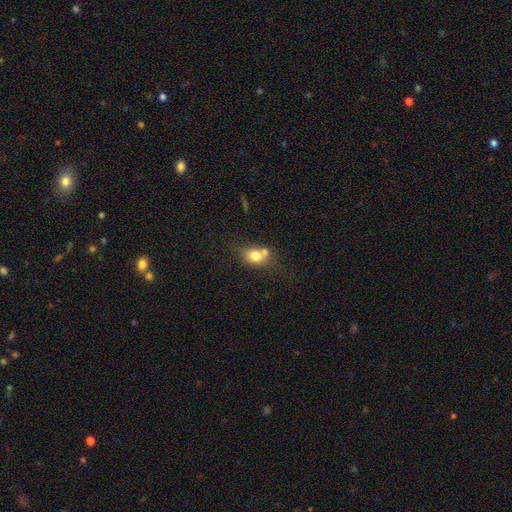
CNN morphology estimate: A smooth galaxy with no disk features (72%) that is in between round and cigar-shaped (51%).

Vote fractions:
- Smooth or featured? smooth: 72% / featured or disk: 17% / star or artifact: 10%
- How rounded? in between: 51% / round: 47% / cigar-shaped: 2%
- Merging? none: 43% / merger: 38% / minor disturbance: 14% / major disturbance: 6%